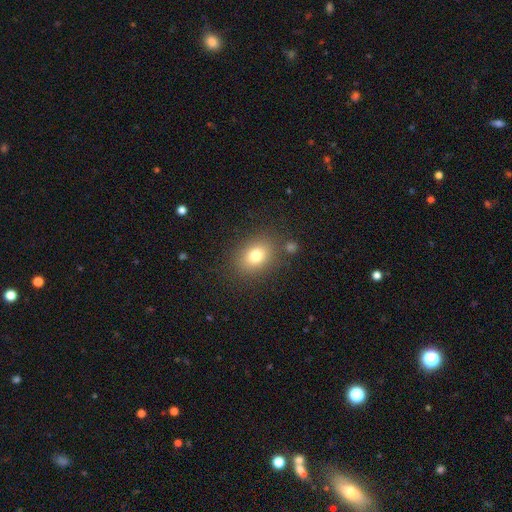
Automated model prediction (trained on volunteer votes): smooth 78%, star or artifact 12%, featured or disk 10%. Down the decision tree: how rounded — in between (60%); merging — none (81%).